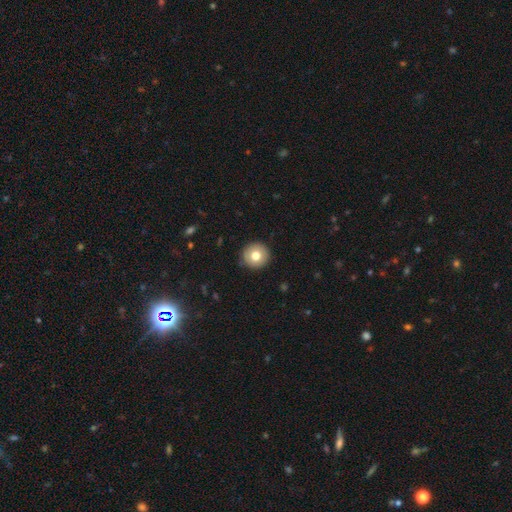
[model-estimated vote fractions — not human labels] A smooth galaxy with no disk features (77%) that is round (95%). Merging: none (92%).